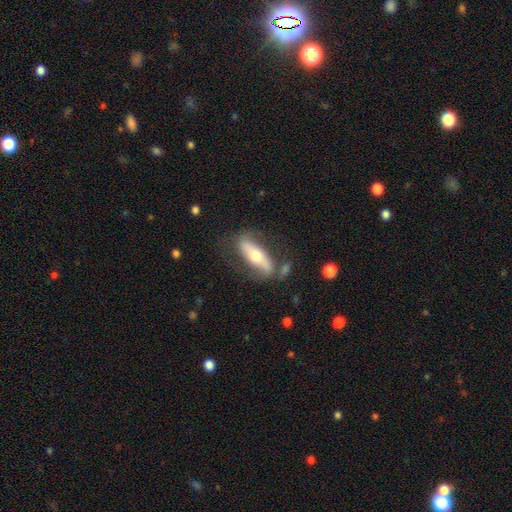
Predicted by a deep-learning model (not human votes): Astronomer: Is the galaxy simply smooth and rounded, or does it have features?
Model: featured or disk — 58% (runner-up: smooth, 36%).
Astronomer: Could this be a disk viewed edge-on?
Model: no — 66%.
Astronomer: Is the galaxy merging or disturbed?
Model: none — 65%.